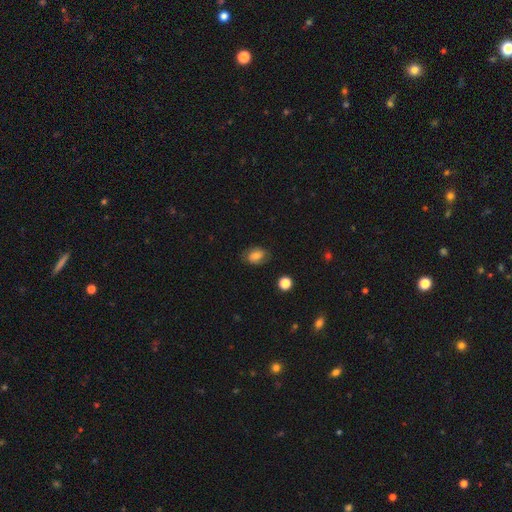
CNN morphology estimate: Q: Smooth or featured?
A: smooth (67%); runner-up: featured or disk (23%)
Q: How rounded?
A: in between (72%); runner-up: round (26%)
Q: Merging?
A: none (77%); runner-up: minor disturbance (17%)